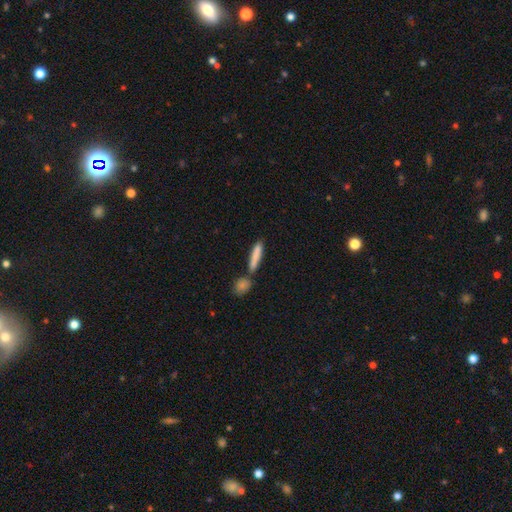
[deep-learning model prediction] smooth_or_featured: smooth (p=0.81) [alt: featured or disk p=0.13]
how_rounded: cigar-shaped (p=0.84) [alt: in between p=0.14]
merging: none (p=0.68) [alt: merger p=0.18]